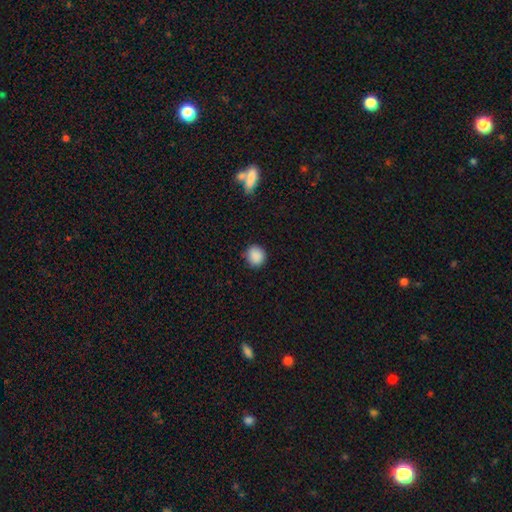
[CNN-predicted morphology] The model was most divided on "how rounded": round: 87%, in between: 12%, cigar-shaped: 1%. More confident: smooth or featured — smooth (88%); merging — none (87%).